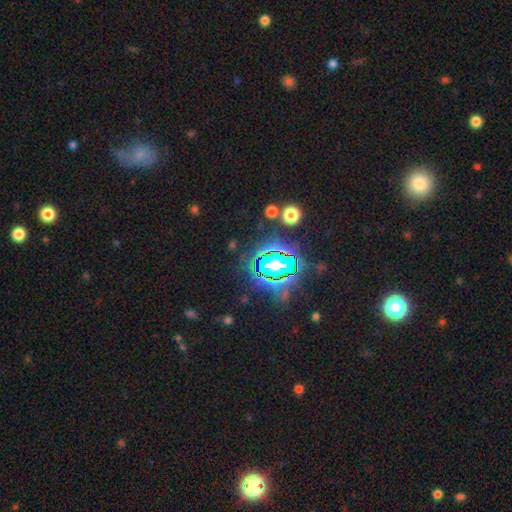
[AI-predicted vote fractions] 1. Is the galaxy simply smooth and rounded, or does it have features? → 82% star or artifact, 11% smooth, 7% featured or disk.